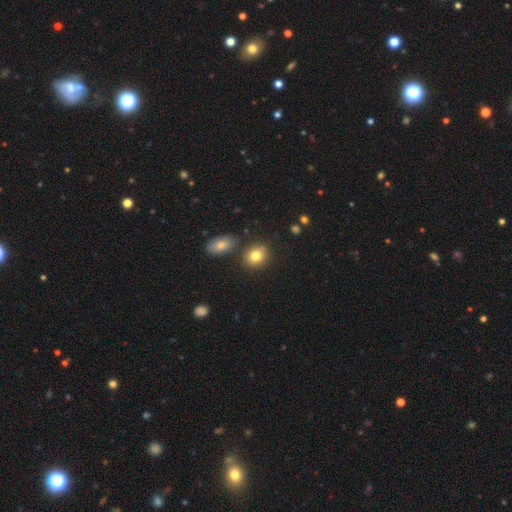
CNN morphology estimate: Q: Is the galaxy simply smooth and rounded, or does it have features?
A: smooth — 82%.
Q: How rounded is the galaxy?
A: round — 65%.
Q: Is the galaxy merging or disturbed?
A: none — 79%.